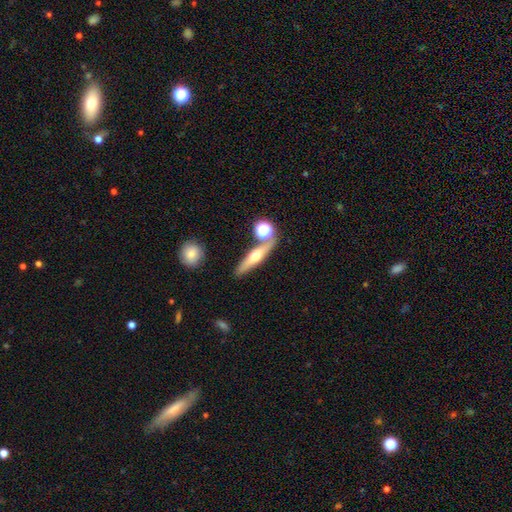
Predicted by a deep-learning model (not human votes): Smooth or featured: featured or disk — 52% (smooth — 40%)
Edge-on disk: yes — 90% (no — 10%)
Merging: none — 74% (merger — 13%)